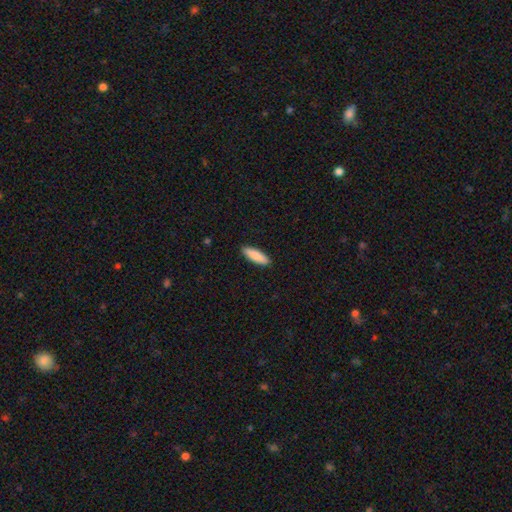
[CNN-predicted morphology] Q: Smooth or featured?
A: smooth (88%); runner-up: featured or disk (7%)
Q: How rounded?
A: cigar-shaped (56%); runner-up: in between (42%)
Q: Merging?
A: none (91%); runner-up: minor disturbance (7%)